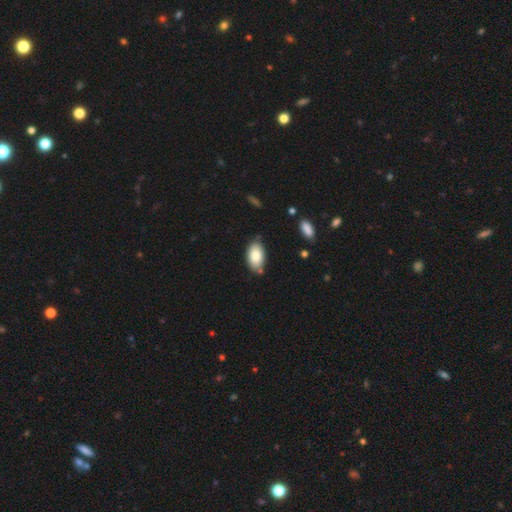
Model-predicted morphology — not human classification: Smooth or featured?
  - smooth: 83% *
  - featured or disk: 11%
  - star or artifact: 7%
How rounded?
  - in between: 94% *
  - round: 4%
  - cigar-shaped: 2%
Merging?
  - none: 77% *
  - minor disturbance: 15%
  - merger: 5%
  - major disturbance: 3%